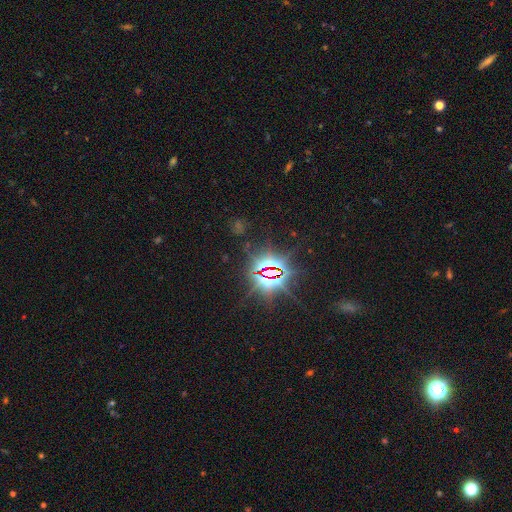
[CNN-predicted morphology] The model was most divided on "smooth or featured": star or artifact: 83%, smooth: 10%, featured or disk: 7%.